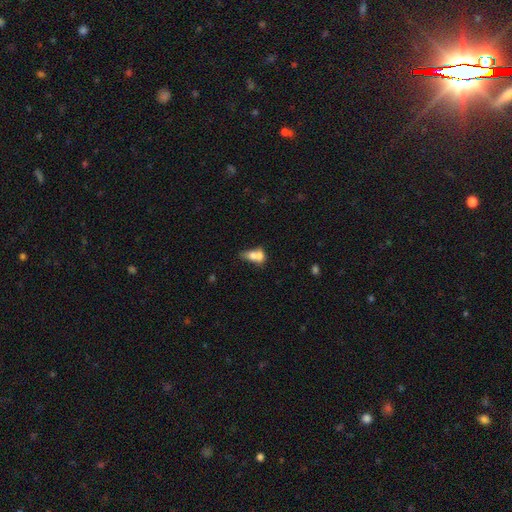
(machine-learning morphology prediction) smooth-or-featured: smooth: 67% | featured or disk: 24% | star or artifact: 9%
  how-rounded: in between: 67% | round: 28% | cigar-shaped: 6%
  merging: merger: 68% | none: 17% | minor disturbance: 8% | major disturbance: 7%